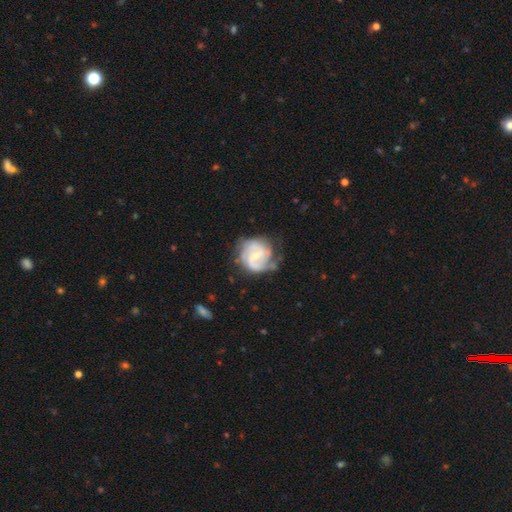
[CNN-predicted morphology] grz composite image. It shows a featured or disk galaxy (80%) with a weak bar (52%), 2 (52%) tight (43%) spiral arms (92%) and a small central bulge (61%). Merging: none (55%).